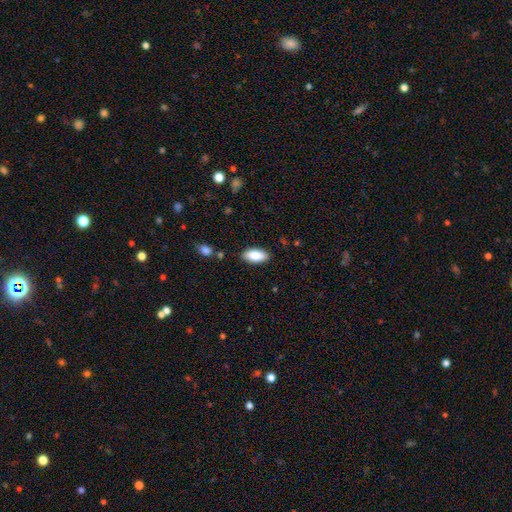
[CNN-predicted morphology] Overall: smooth (85%). How rounded: in between (91%). Merging: none (87%).